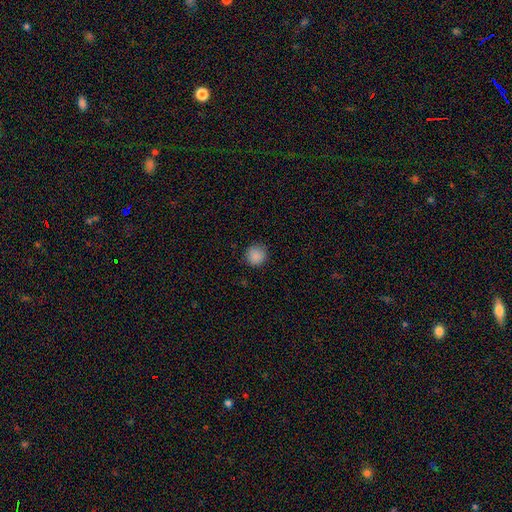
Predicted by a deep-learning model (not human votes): Smooth or featured?
  - smooth: 88% *
  - star or artifact: 10%
  - featured or disk: 3%
How rounded?
  - round: 94% *
  - in between: 5%
  - cigar-shaped: 1%
Merging?
  - none: 90% *
  - minor disturbance: 7%
  - major disturbance: 2%
  - merger: 1%